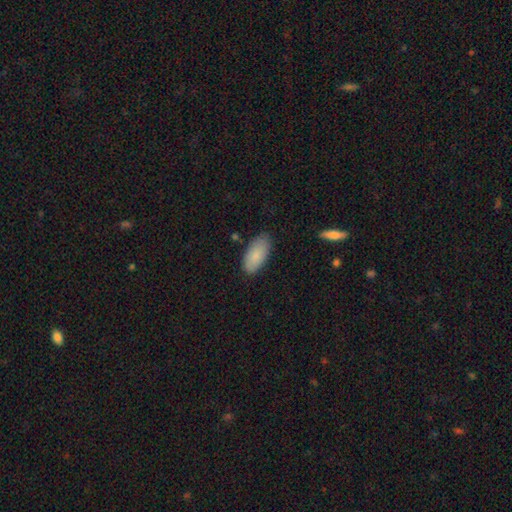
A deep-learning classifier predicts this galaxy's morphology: Overall: smooth (85%). How rounded: in between (92%). Merging: none (79%).